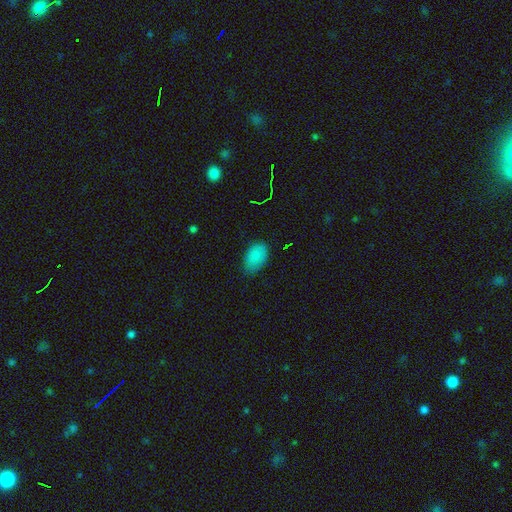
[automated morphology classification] Overall: smooth (85%). How rounded: in between (91%). Merging: none (71%).